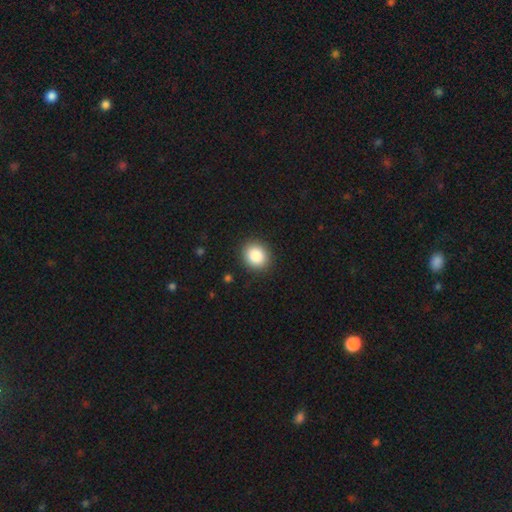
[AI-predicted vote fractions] Morphology: type=smooth (86%); roundness=round (74%); merging=none (90%).